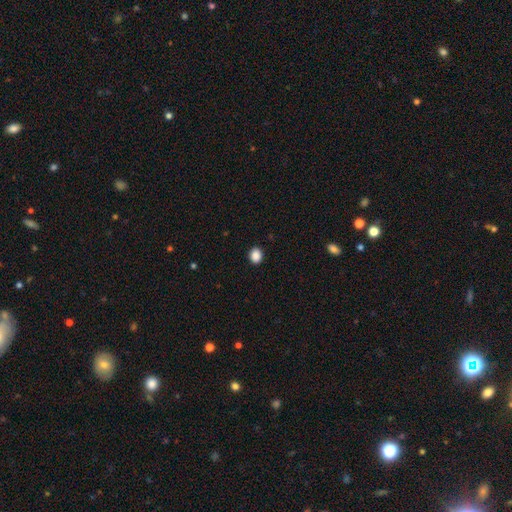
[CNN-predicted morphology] Overall: smooth (89%). How rounded: round (61%; in between 38%). Merging: none (92%).